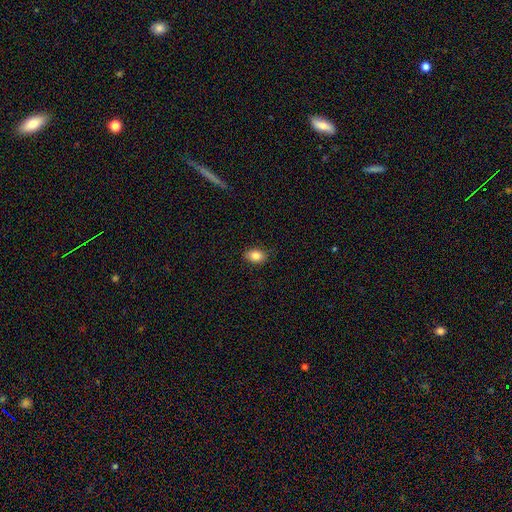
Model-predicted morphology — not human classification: Q: Smooth or featured?
A: smooth (85%); runner-up: star or artifact (9%)
Q: How rounded?
A: in between (81%); runner-up: round (18%)
Q: Merging?
A: none (85%); runner-up: minor disturbance (11%)